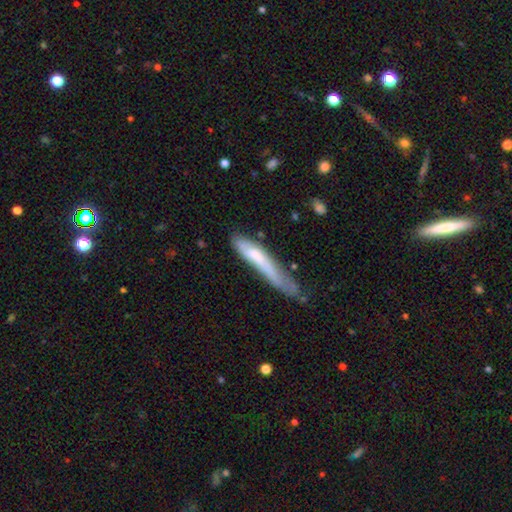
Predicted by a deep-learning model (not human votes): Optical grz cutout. It shows a smooth galaxy with no disk features (59%) that is cigar-shaped (90%). Merging: none (33%, tied with minor disturbance).